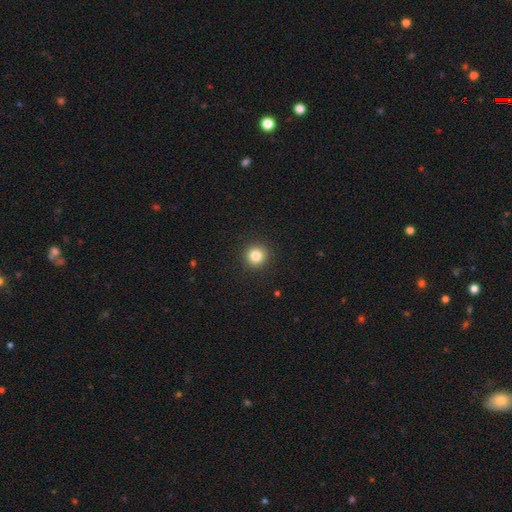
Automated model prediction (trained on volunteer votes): A smooth galaxy with no disk features (83%) that is round (94%). Merging: none (92%).